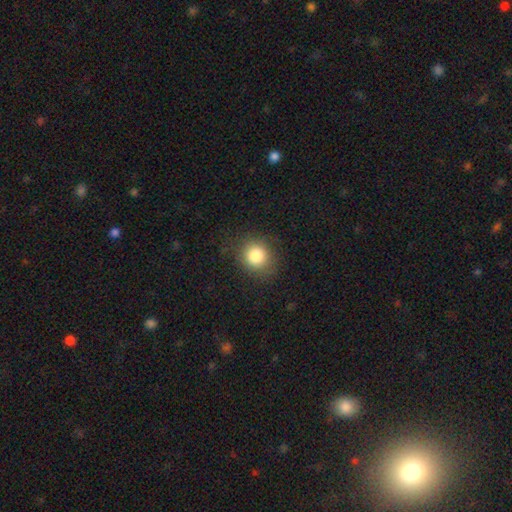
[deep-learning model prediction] Q: Smooth or featured?
A: smooth (83%); runner-up: star or artifact (10%)
Q: How rounded?
A: round (81%); runner-up: in between (18%)
Q: Merging?
A: none (84%); runner-up: minor disturbance (11%)